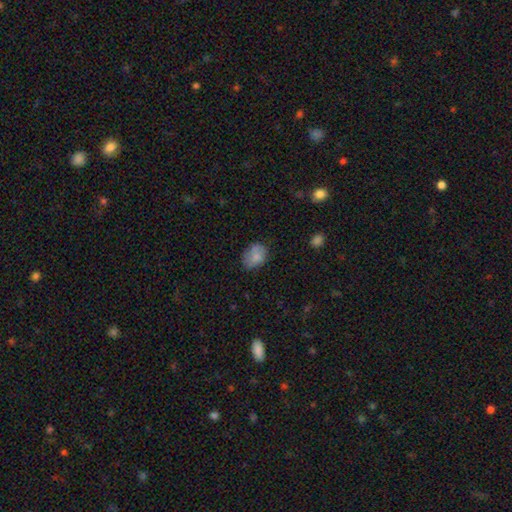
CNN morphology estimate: smooth_or_featured: smooth (p=0.78) [alt: featured or disk p=0.13]
how_rounded: in between (p=0.61) [alt: round p=0.38]
merging: none (p=0.65) [alt: minor disturbance p=0.25]